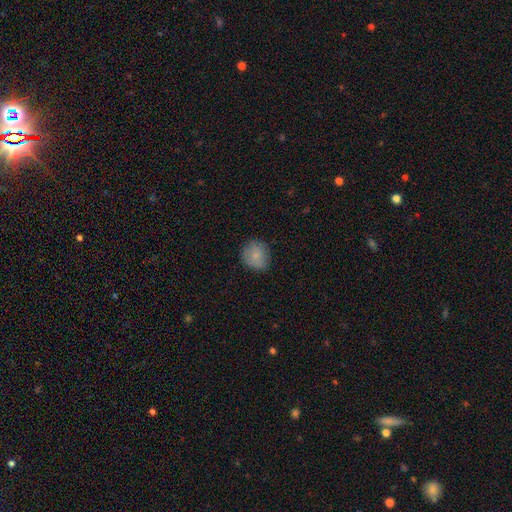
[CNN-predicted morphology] A smooth galaxy with no disk features (80%) that is round (78%). Merging: none (77%).